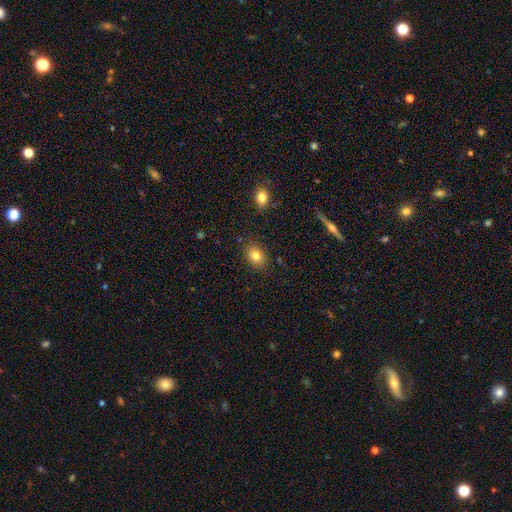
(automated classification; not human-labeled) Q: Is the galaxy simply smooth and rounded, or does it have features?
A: smooth — 83%.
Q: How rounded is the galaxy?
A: in between — 64%.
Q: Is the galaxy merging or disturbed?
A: none — 84%.